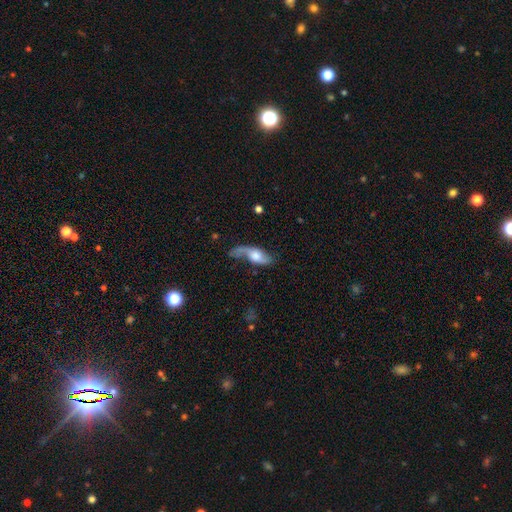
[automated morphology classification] featured or disk 71%, smooth 22%, star or artifact 6%. Down the decision tree: edge-on disk — no (82%); bar — no (62%); spiral arms — yes (90%); spiral arm count — 2 (81%); spiral winding — loose (77%); bulge size — moderate (44%); merging — none (52%).